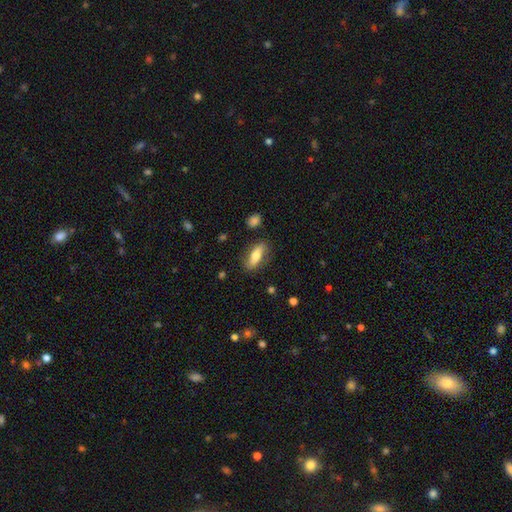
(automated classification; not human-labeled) Q: Smooth or featured?
A: smooth (64%); runner-up: featured or disk (29%)
Q: How rounded?
A: in between (63%); runner-up: cigar-shaped (33%)
Q: Merging?
A: none (81%); runner-up: minor disturbance (14%)